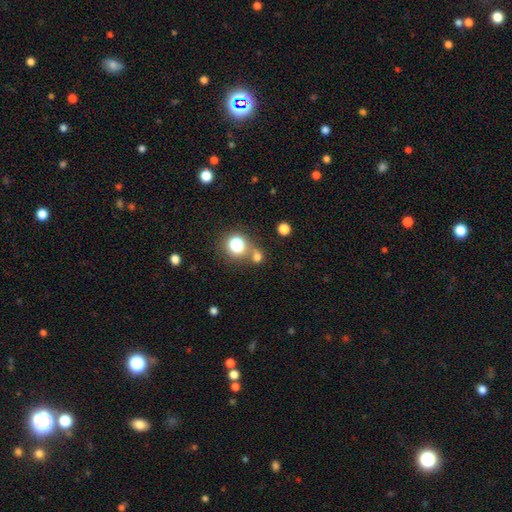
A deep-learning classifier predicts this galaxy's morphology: This is possibly a smooth galaxy (58%). How rounded: clearly round (88%). Merging: likely none (67%).